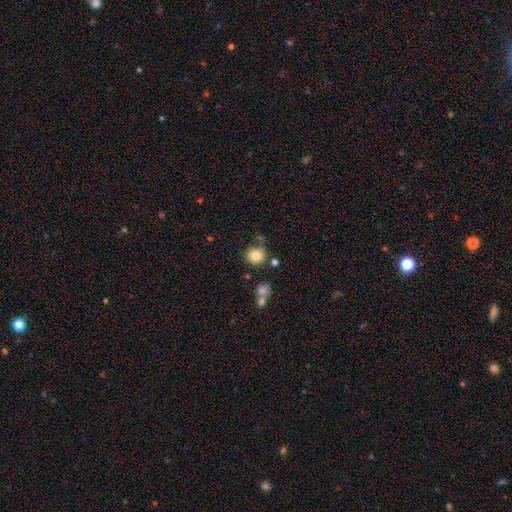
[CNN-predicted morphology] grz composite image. It shows a smooth galaxy with no disk features (81%) that is round (87%). Merging: none (79%).